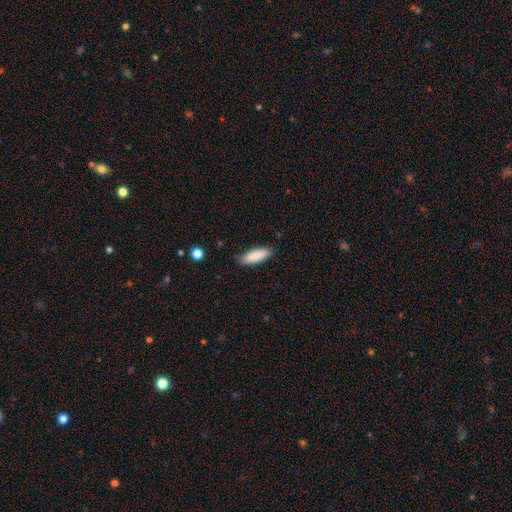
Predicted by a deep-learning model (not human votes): smooth-or-featured: smooth: 88% | star or artifact: 6% | featured or disk: 6%
  how-rounded: in between: 58% | cigar-shaped: 41% | round: 1%
  merging: none: 83% | minor disturbance: 13% | major disturbance: 2% | merger: 1%